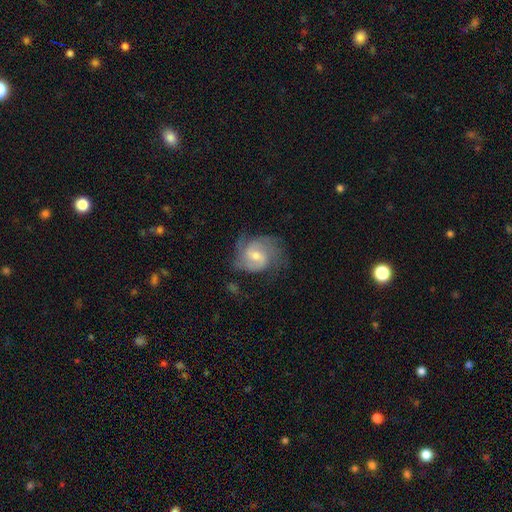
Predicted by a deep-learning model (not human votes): A featured or disk galaxy (77%) with a weak bar (59%), 2 (65%) medium (50%) spiral arms (93%) and a moderate central bulge (52%).

Vote fractions:
- Smooth or featured? featured or disk: 77% / smooth: 17% / star or artifact: 6%
- Edge-on disk? no: 98% / yes: 2%
- Bar? weak: 59% / no: 25% / strong: 15%
- Spiral arms? yes: 93% / no: 7%
- Spiral winding? medium: 50% / tight: 29% / loose: 21%
- Spiral arm count? 2: 65% / can't tell: 15% / 3: 12% / 1: 4% / 4: 2% / more than 4: 2%
- Bulge size? moderate: 52% / small: 41% / large: 3% / none: 3% / dominant: 1%
- Merging? none: 58% / minor disturbance: 25% / major disturbance: 16% / merger: 2%